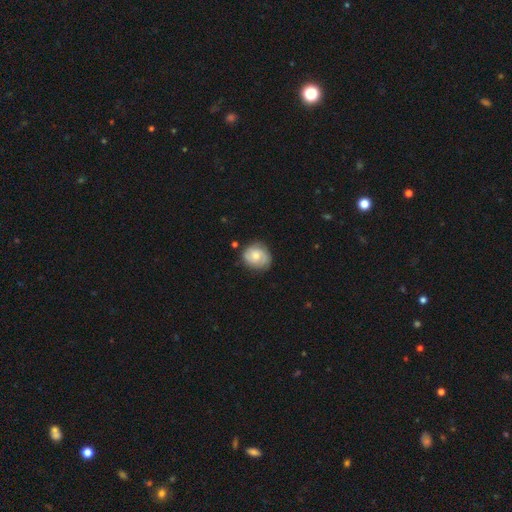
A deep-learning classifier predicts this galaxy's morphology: The model was most divided on "smooth or featured": smooth: 50%, featured or disk: 43%, star or artifact: 7%. More confident: merging — none (75%).